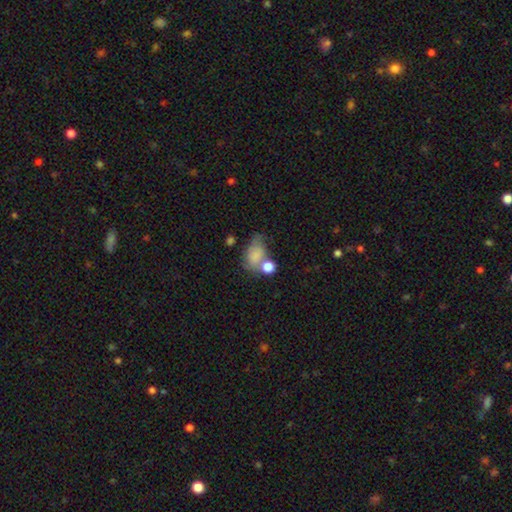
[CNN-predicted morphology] Q: Smooth or featured?
A: smooth (74%); runner-up: featured or disk (15%)
Q: How rounded?
A: in between (78%); runner-up: round (21%)
Q: Merging?
A: none (30%); runner-up: merger (26%)